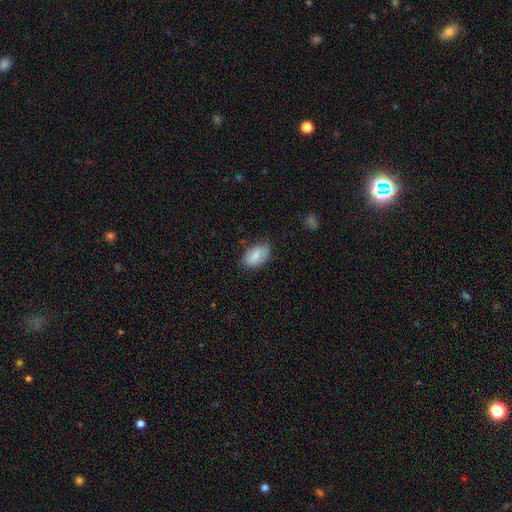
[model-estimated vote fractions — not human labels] A smooth galaxy with no disk features (81%) that is in between round and cigar-shaped (92%). Merging: none (69%).